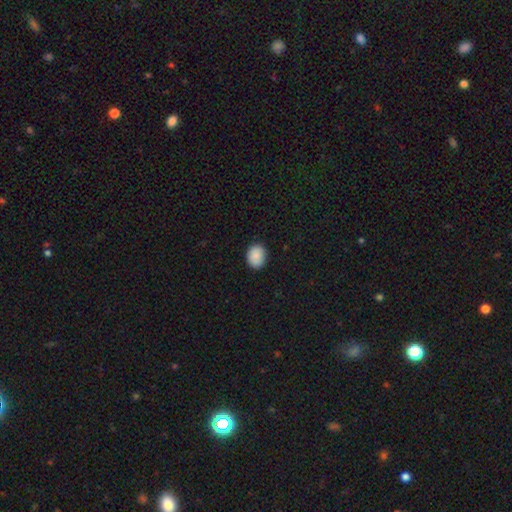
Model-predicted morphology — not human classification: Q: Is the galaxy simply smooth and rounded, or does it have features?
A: smooth — 88%.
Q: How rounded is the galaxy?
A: round — 53%.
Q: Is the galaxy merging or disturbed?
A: none — 87%.